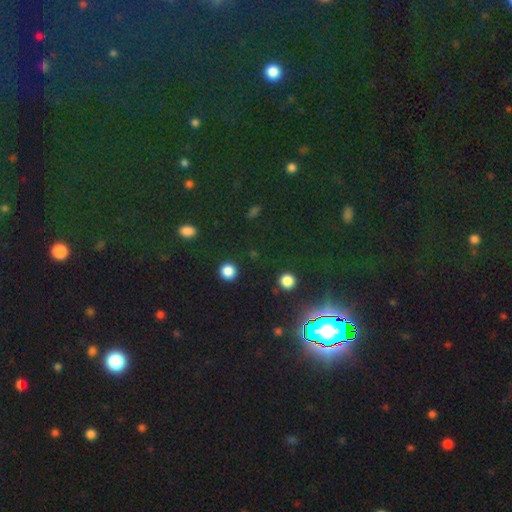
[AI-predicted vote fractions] smooth-or-featured: star or artifact: 79% | smooth: 14% | featured or disk: 7%